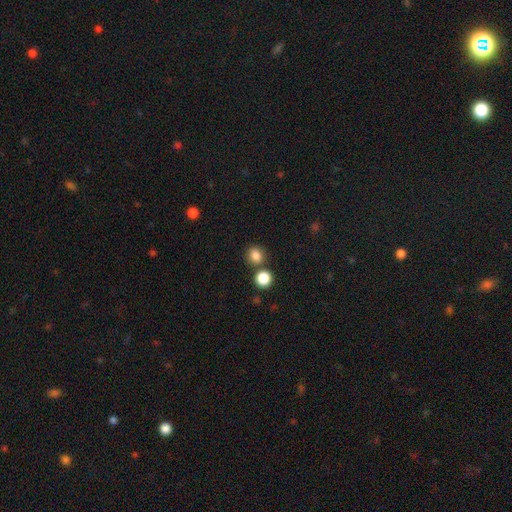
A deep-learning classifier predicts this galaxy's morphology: Overall: smooth (83%). How rounded: round (74%). Merging: none (72%).